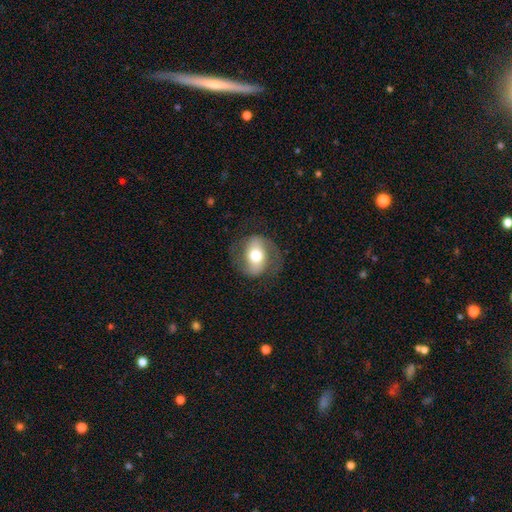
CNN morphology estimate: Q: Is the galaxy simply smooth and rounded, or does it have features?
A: featured or disk — 59%.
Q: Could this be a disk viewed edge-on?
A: no — 95%.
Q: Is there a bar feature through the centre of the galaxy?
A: no — 40%.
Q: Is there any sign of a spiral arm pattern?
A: yes — 74%.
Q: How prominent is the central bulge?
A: moderate — 58%.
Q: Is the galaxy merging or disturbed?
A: none — 72%.